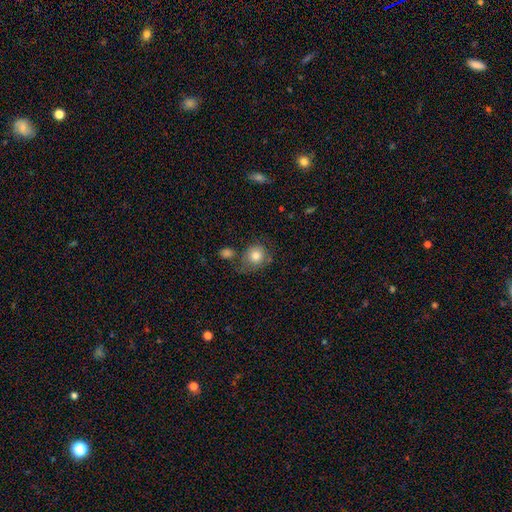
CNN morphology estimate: Q: Smooth or featured?
A: smooth (79%); runner-up: featured or disk (12%)
Q: How rounded?
A: round (75%); runner-up: in between (24%)
Q: Merging?
A: none (52%); runner-up: minor disturbance (24%)